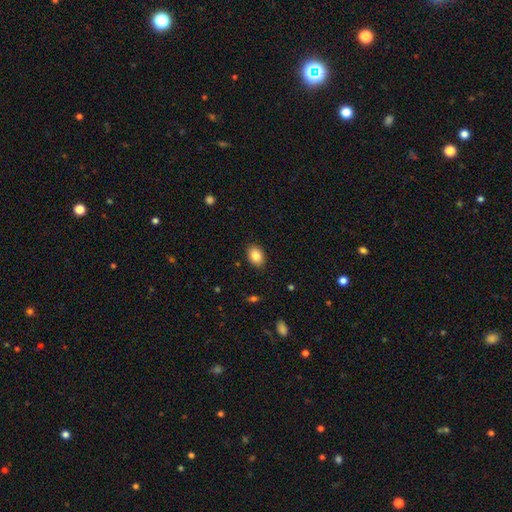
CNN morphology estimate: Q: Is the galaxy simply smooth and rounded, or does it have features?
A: smooth — 85%.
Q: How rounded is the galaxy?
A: in between — 79%.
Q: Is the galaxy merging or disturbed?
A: none — 88%.